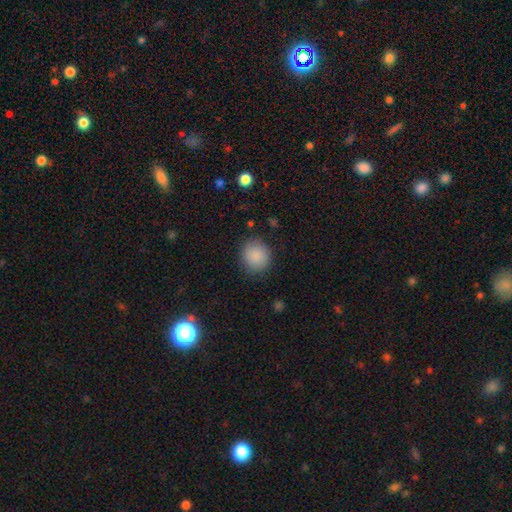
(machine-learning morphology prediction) A smooth galaxy with no disk features (88%) that is round (87%). Merging: none (85%).